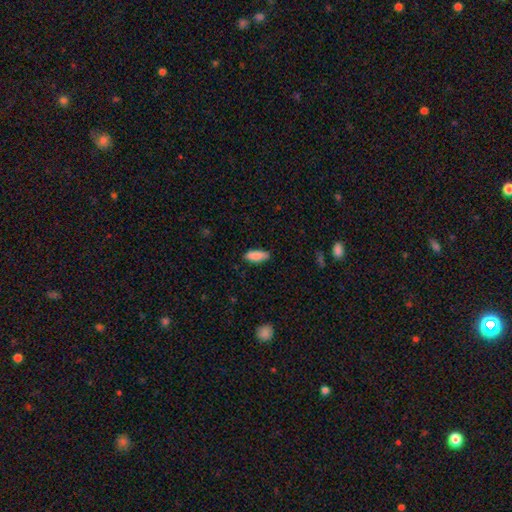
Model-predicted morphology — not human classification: Smooth or featured? smooth (88%)
How rounded? in between (72%)
Merging? none (79%)